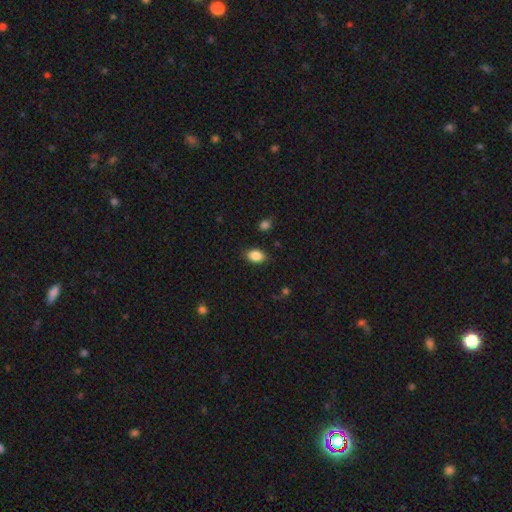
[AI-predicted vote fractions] Smooth or featured? smooth (87%)
How rounded? in between (82%)
Merging? none (86%)